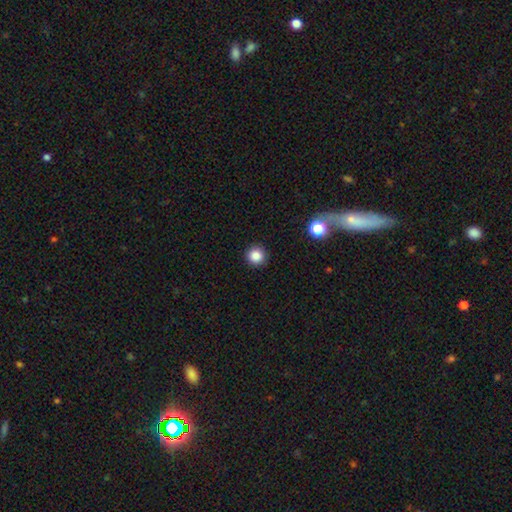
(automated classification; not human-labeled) This appears to be a smooth galaxy with no disk features (85%) that is round (96%). Merging: none (93%).